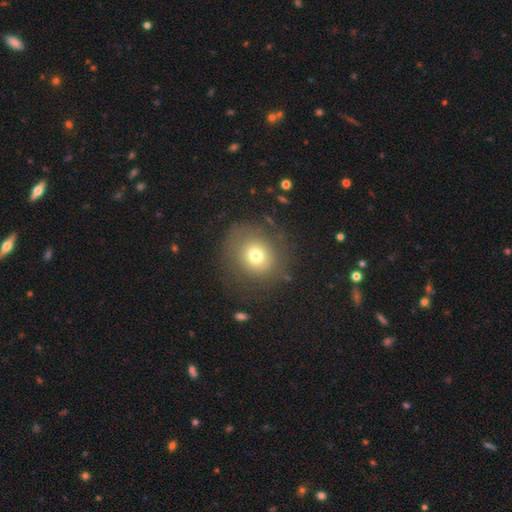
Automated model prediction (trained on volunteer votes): Q: Smooth or featured?
A: smooth (71%); runner-up: featured or disk (15%)
Q: How rounded?
A: round (82%); runner-up: in between (18%)
Q: Merging?
A: none (76%); runner-up: minor disturbance (14%)